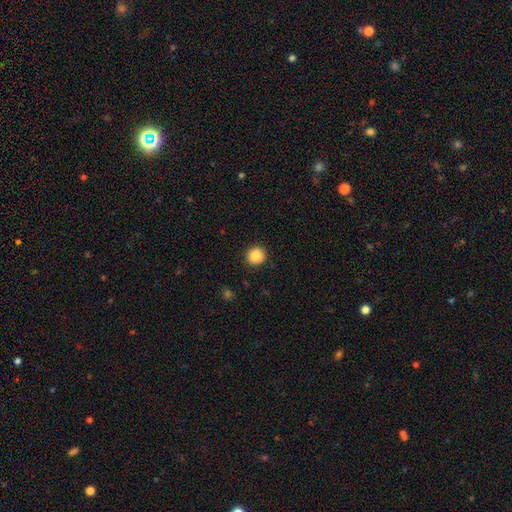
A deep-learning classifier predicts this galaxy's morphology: This appears to be a smooth galaxy with no disk features (86%) that is round (92%). Merging: none (90%).